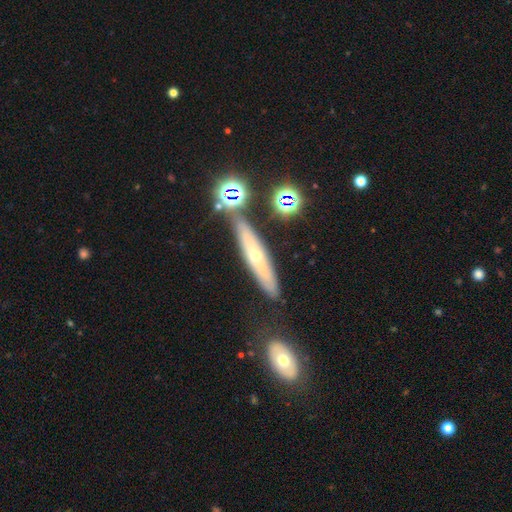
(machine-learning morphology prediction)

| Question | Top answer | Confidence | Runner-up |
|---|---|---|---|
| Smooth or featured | featured or disk | 50% | smooth (37%) |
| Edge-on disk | yes | 71% | no (29%) |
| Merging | none | 80% | minor disturbance (12%) |